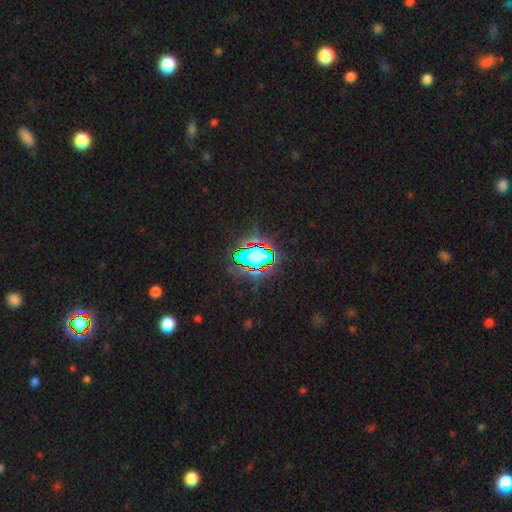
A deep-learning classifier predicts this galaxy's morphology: smooth_or_featured: star or artifact (p=0.62) [alt: smooth p=0.23]